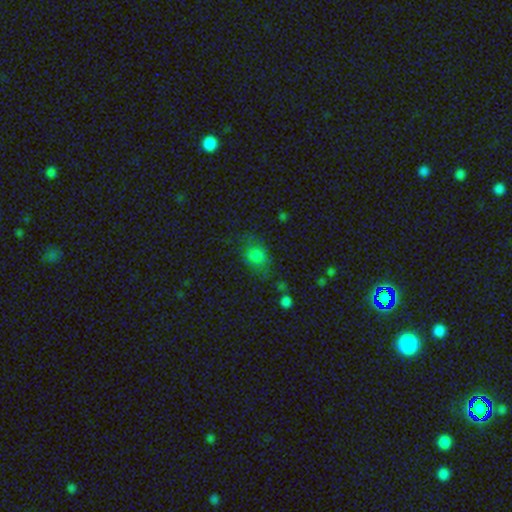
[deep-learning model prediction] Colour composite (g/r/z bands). It shows a smooth galaxy with no disk features (77%) that is round (60%). Merging: none (59%).